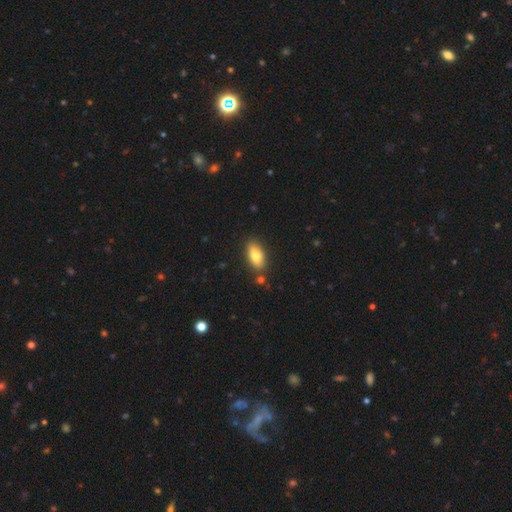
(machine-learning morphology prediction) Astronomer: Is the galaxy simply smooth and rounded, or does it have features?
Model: smooth — 76%.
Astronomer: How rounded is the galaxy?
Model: in between — 85%.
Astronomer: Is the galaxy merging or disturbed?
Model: none — 82%.